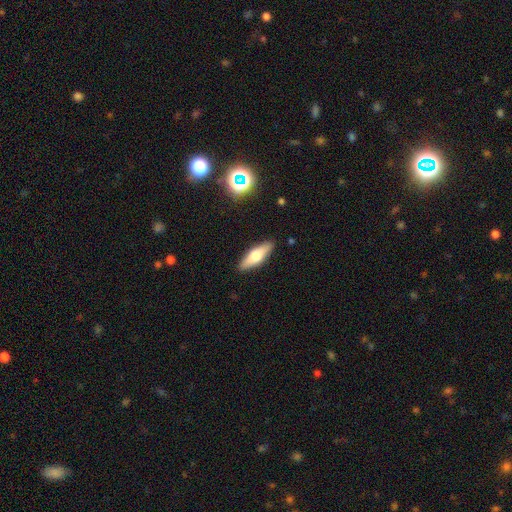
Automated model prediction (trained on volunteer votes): Overall: smooth (61%; featured or disk 32%). How rounded: in between (53%; cigar-shaped 45%). Merging: none (89%).